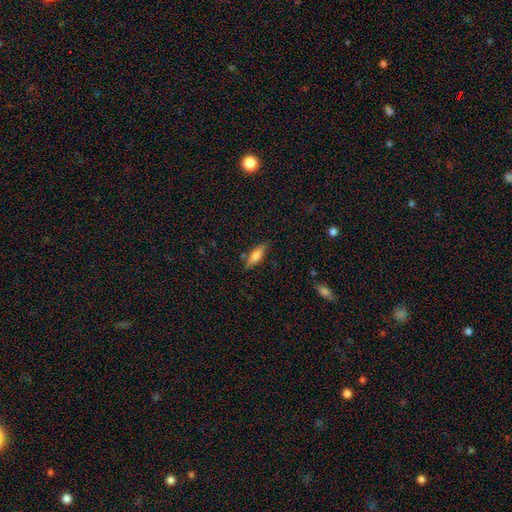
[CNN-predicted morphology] A smooth galaxy with no disk features (68%) that is in between round and cigar-shaped (60%). Merging: none (78%).